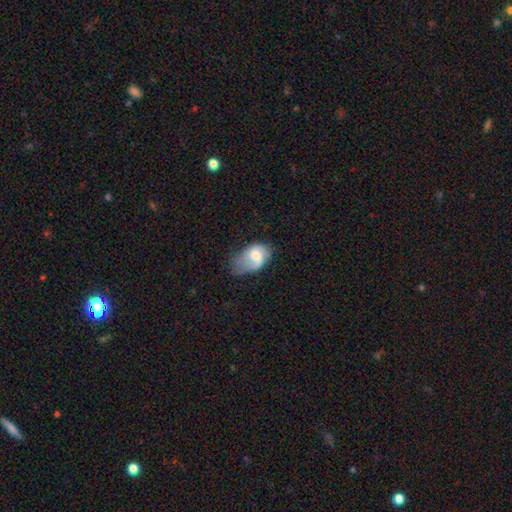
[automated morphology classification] Overall: featured or disk (48%; smooth 45%). Merging: minor disturbance (38%; none 32%).